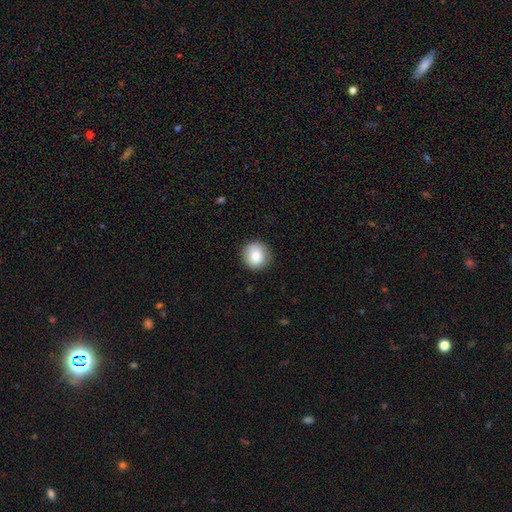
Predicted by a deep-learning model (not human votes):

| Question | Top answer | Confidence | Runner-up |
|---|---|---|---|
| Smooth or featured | smooth | 84% | featured or disk (8%) |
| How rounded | round | 90% | in between (9%) |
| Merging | none | 89% | minor disturbance (8%) |